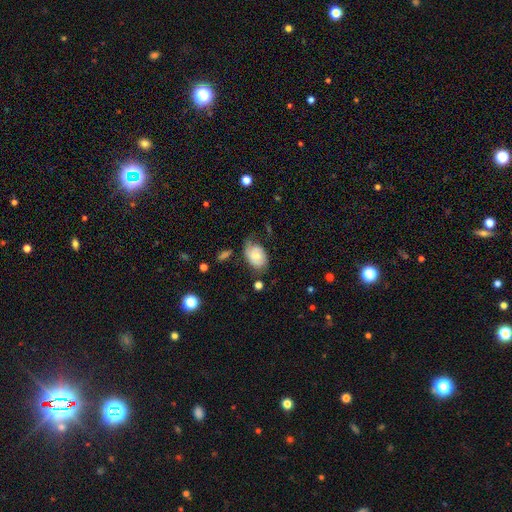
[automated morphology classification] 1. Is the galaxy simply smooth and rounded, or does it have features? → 61% smooth, 31% featured or disk, 8% star or artifact.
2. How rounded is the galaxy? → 84% in between, 15% round, 1% cigar-shaped.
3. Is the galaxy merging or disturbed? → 41% none, 37% minor disturbance, 18% major disturbance, 4% merger.